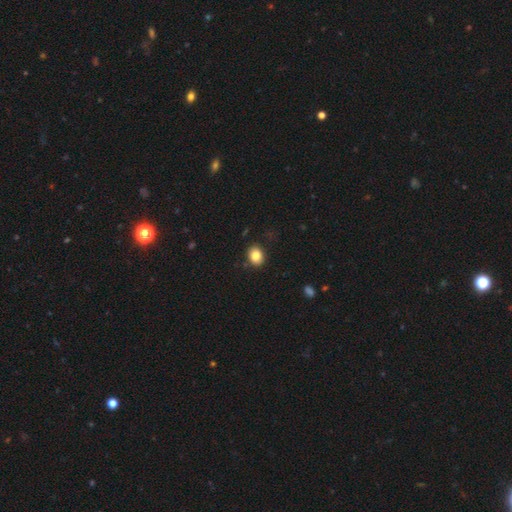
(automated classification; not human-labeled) Smooth or featured? smooth (85%)
How rounded? in between (52%)
Merging? none (85%)